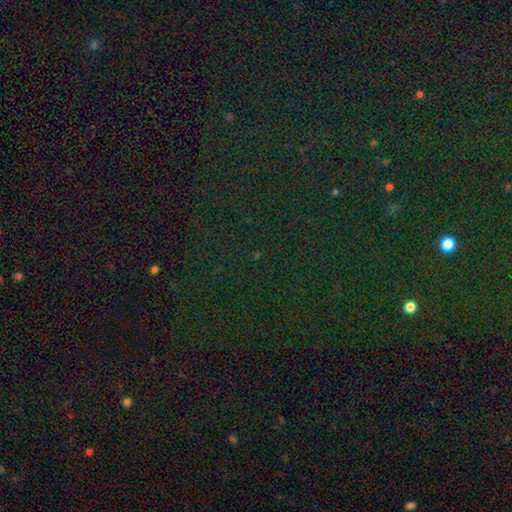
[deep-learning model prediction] smooth_or_featured: star or artifact (p=0.83) [alt: smooth p=0.11]